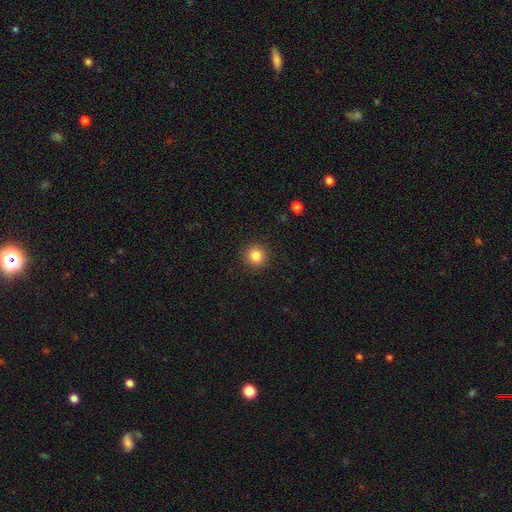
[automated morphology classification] Smooth or featured?
  - smooth: 84% *
  - star or artifact: 11%
  - featured or disk: 5%
How rounded?
  - round: 95% *
  - in between: 4%
  - cigar-shaped: 1%
Merging?
  - none: 92% *
  - minor disturbance: 5%
  - major disturbance: 2%
  - merger: 1%